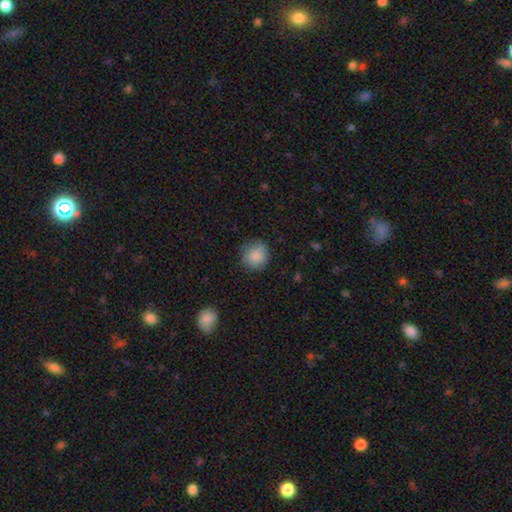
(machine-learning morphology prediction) type=smooth (86%); roundness=round (89%); merging=none (80%).